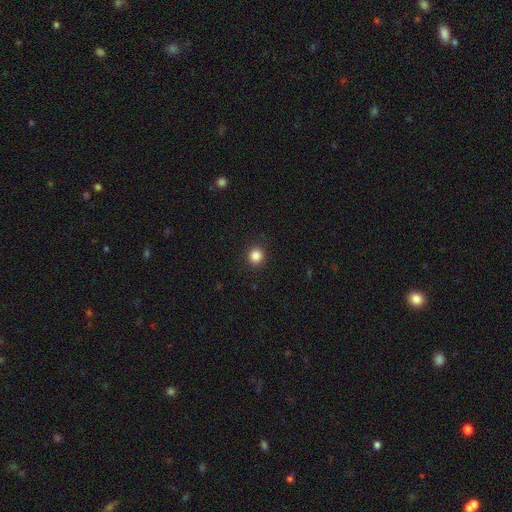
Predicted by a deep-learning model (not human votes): This is clearly a smooth galaxy (85%). How rounded: clearly round (91%). Merging: clearly none (92%).